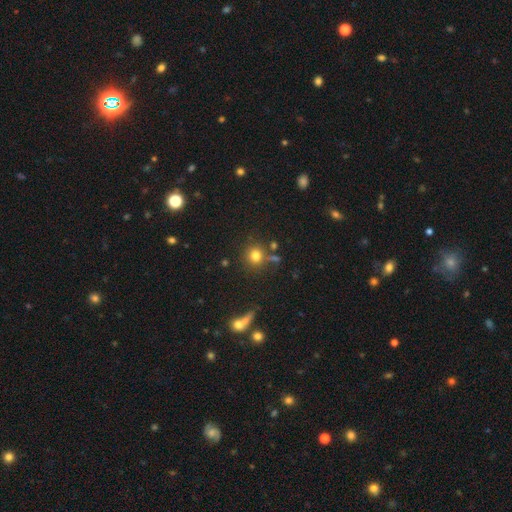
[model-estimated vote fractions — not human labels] This appears to be a smooth galaxy with no disk features (77%) that is round (90%). Merging: none (74%).